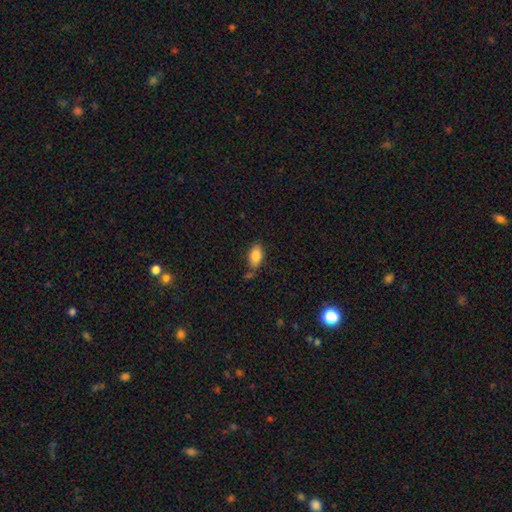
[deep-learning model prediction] smooth_or_featured: smooth (p=0.84) [alt: featured or disk p=0.08]
how_rounded: in between (p=0.92) [alt: round p=0.04]
merging: none (p=0.69) [alt: minor disturbance p=0.18]